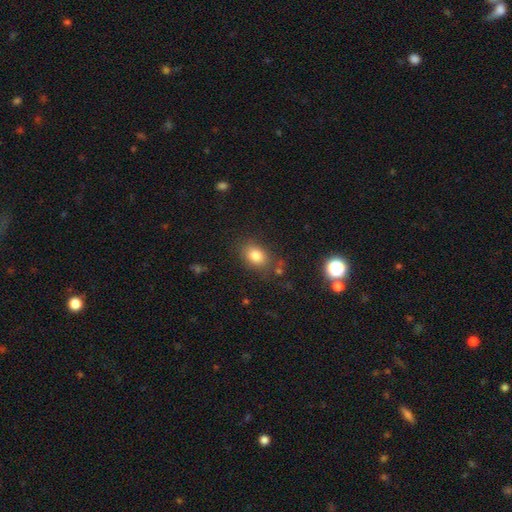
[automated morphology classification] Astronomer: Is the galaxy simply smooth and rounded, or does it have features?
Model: smooth — 81%.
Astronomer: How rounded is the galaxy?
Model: in between — 70%.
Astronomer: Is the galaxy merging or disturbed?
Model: none — 78%.